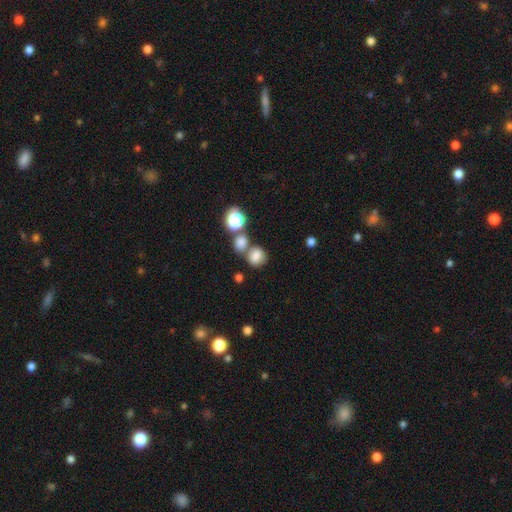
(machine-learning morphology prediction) Smooth or featured?
  - smooth: 78% *
  - star or artifact: 13%
  - featured or disk: 9%
How rounded?
  - round: 67% *
  - in between: 32%
  - cigar-shaped: 1%
Merging?
  - none: 48% *
  - merger: 35%
  - minor disturbance: 12%
  - major disturbance: 5%